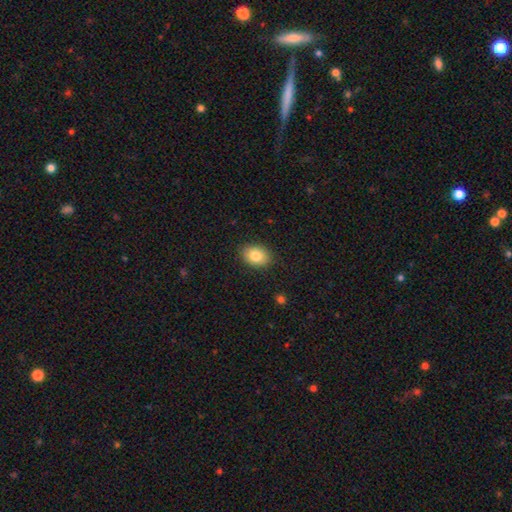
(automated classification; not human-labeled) Smooth or featured? smooth (83%)
How rounded? in between (72%)
Merging? none (88%)